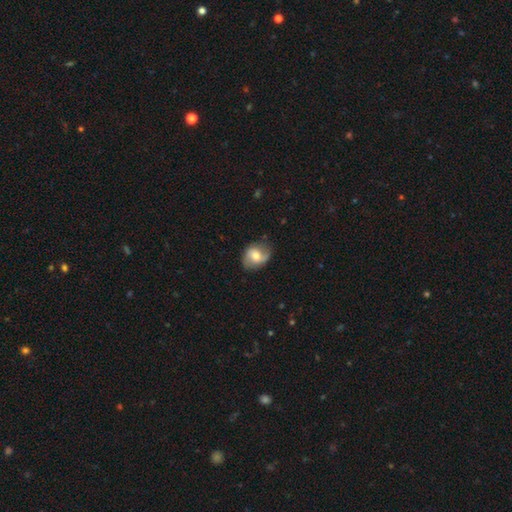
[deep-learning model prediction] Overall: featured or disk (51%; smooth 42%). Edge-on disk: no (96%). Merging: none (70%).